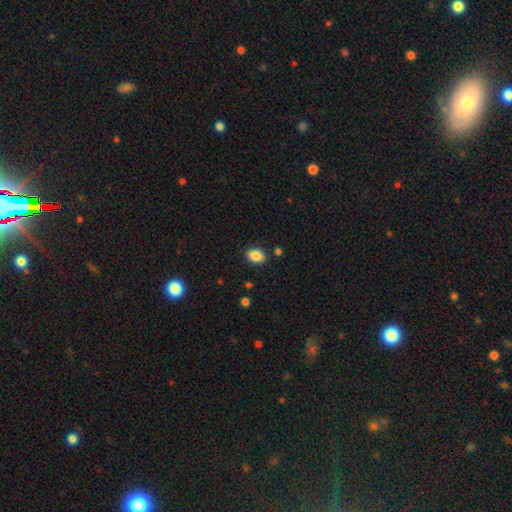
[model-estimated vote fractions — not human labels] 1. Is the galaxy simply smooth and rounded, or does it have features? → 87% smooth, 9% star or artifact, 5% featured or disk.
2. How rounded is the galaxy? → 81% in between, 17% round, 1% cigar-shaped.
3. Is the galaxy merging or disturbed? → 86% none, 9% minor disturbance, 2% major disturbance, 2% merger.